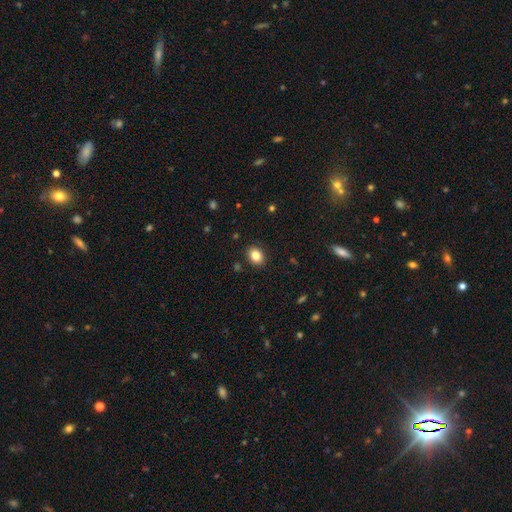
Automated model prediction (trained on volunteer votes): The model was most divided on "how rounded": in between: 56%, round: 43%, cigar-shaped: 1%. More confident: merging — none (89%); smooth or featured — smooth (84%).